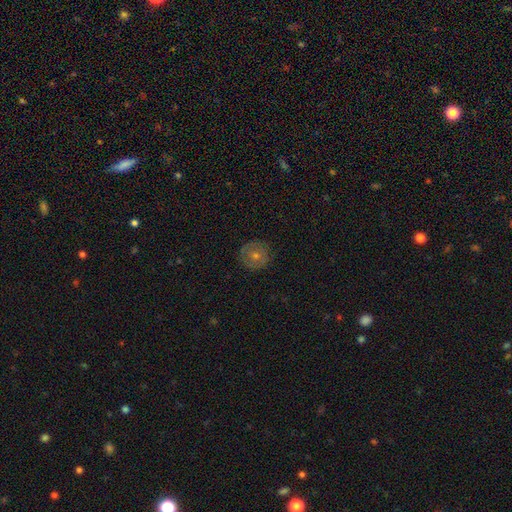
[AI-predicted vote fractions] The model was most divided on "smooth or featured": smooth: 52%, featured or disk: 37%, star or artifact: 11%. More confident: how rounded — round (93%); merging — none (86%).